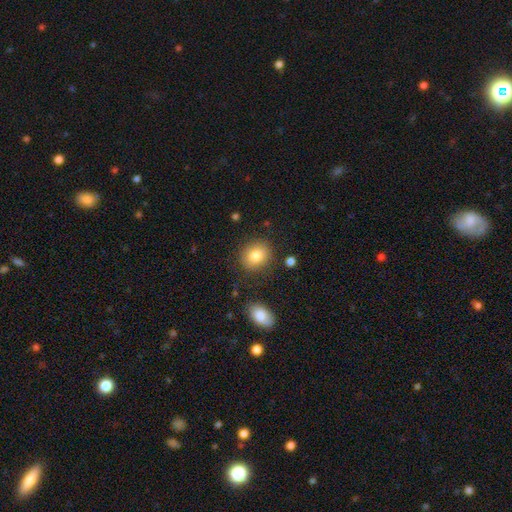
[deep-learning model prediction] smooth-or-featured: smooth: 83% | star or artifact: 9% | featured or disk: 8%
  how-rounded: round: 63% | in between: 36% | cigar-shaped: 1%
  merging: none: 84% | minor disturbance: 10% | major disturbance: 3% | merger: 3%